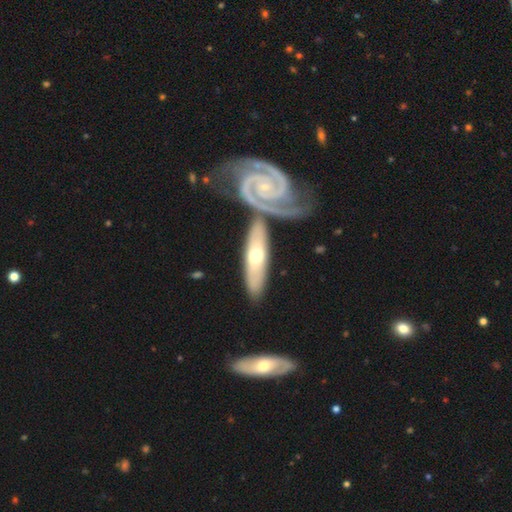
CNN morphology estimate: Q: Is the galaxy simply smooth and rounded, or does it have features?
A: featured or disk — 70%.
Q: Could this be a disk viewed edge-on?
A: no — 65%.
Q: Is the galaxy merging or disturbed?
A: none — 64%.